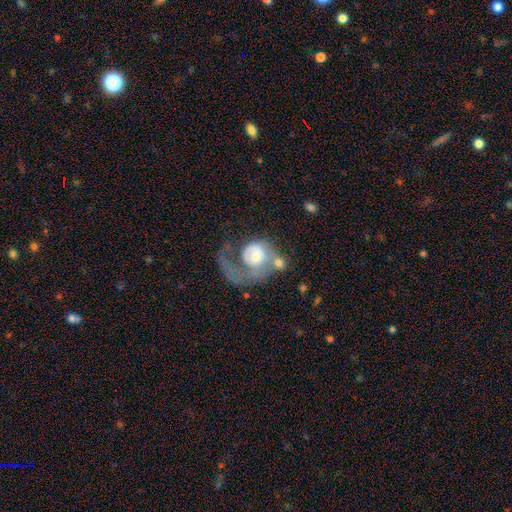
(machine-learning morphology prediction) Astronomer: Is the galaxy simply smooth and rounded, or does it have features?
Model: featured or disk — 62%.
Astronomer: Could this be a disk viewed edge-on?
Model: no — 97%.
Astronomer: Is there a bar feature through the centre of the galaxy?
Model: no — 77%.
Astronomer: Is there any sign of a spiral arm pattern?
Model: yes — 71%.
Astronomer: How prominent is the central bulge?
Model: moderate — 53%.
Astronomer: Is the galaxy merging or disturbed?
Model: major disturbance — 50%.